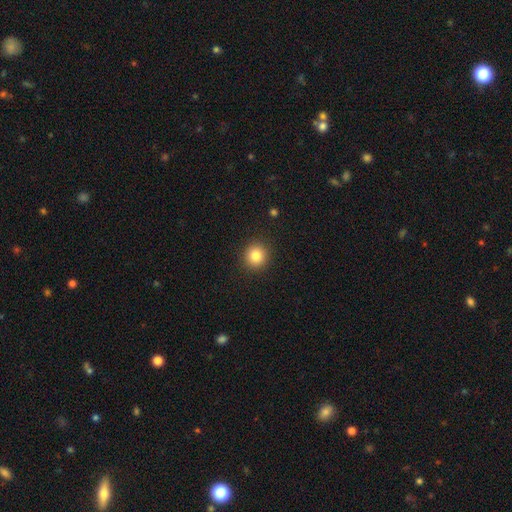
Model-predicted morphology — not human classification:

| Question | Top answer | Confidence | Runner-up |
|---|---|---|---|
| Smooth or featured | smooth | 84% | star or artifact (11%) |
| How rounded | round | 90% | in between (9%) |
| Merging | none | 91% | minor disturbance (6%) |